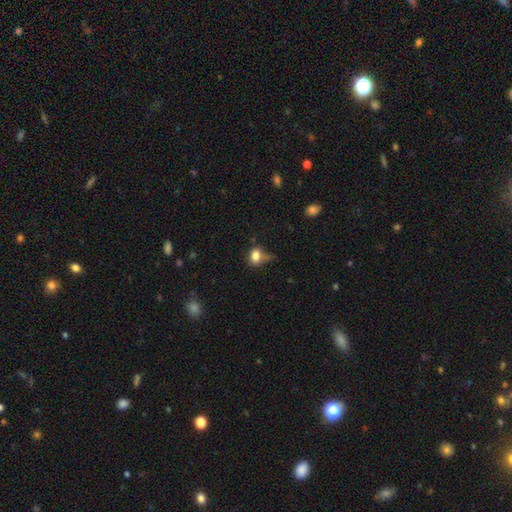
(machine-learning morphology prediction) Smooth or featured? Predicted: smooth (p=0.77). How rounded? Predicted: in between (p=0.63). Merging? Predicted: none (p=0.40).